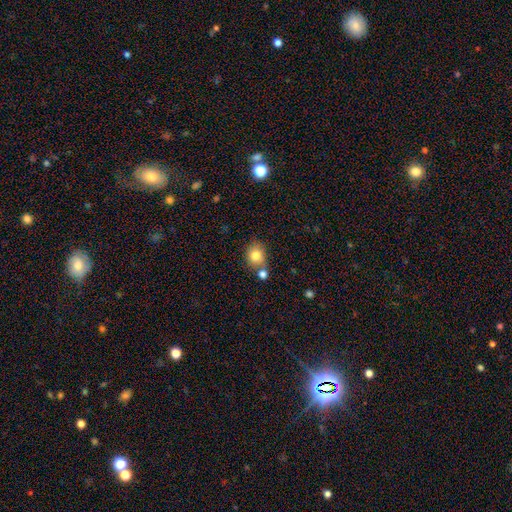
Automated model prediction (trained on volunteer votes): The model was most divided on "how rounded": round: 64%, in between: 35%, cigar-shaped: 1%. More confident: smooth or featured — smooth (80%); merging — none (59%).